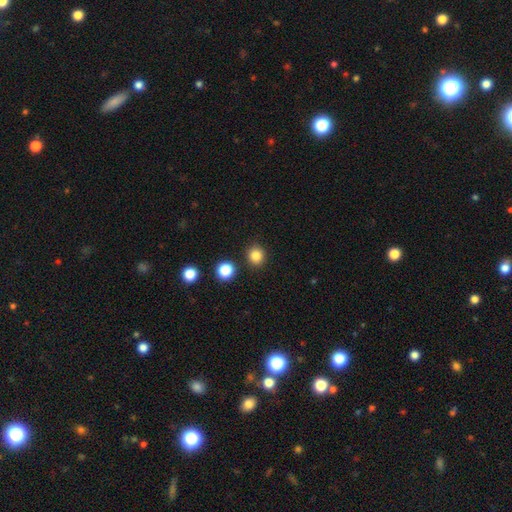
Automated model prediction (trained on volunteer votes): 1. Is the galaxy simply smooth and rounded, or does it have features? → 83% smooth, 12% star or artifact, 4% featured or disk.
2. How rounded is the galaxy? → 90% round, 9% in between, 1% cigar-shaped.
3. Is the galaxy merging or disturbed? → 89% none, 6% minor disturbance, 3% merger, 2% major disturbance.